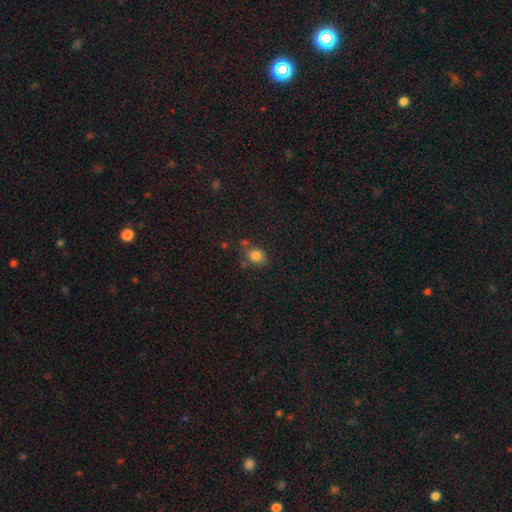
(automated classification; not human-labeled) Smooth or featured: smooth — 81% (star or artifact — 11%)
How rounded: round — 57% (in between — 42%)
Merging: none — 64% (minor disturbance — 20%)